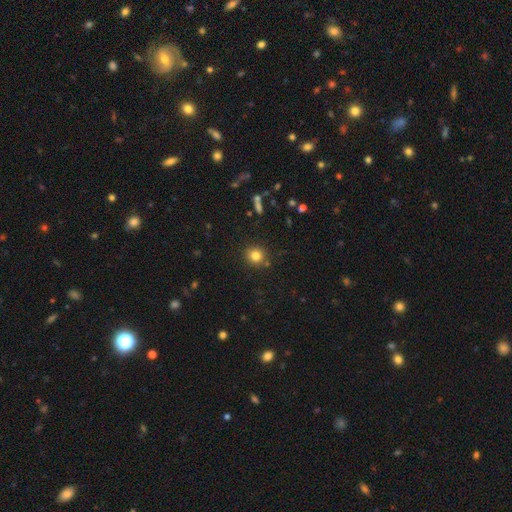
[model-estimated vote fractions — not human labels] This is clearly a smooth galaxy (81%). How rounded: clearly round (90%). Merging: clearly none (87%).